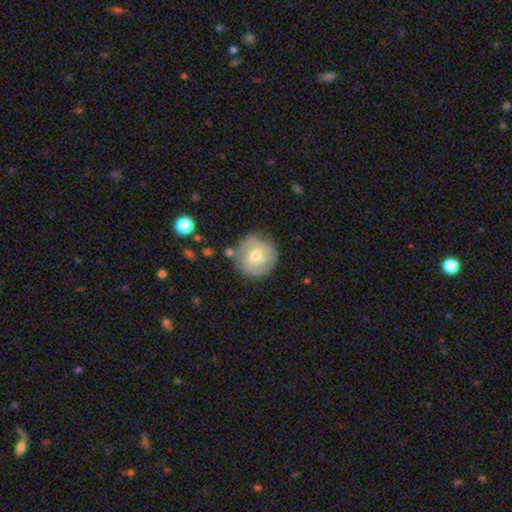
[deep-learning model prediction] smooth-or-featured: smooth: 53% | featured or disk: 40% | star or artifact: 8%
  how-rounded: round: 93% | in between: 6% | cigar-shaped: 1%
  merging: none: 75% | minor disturbance: 16% | major disturbance: 5% | merger: 4%